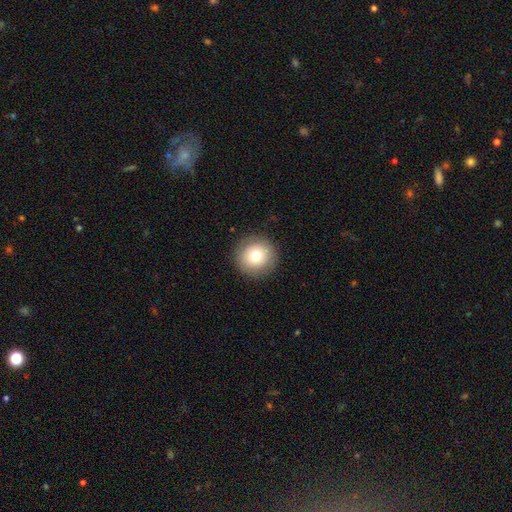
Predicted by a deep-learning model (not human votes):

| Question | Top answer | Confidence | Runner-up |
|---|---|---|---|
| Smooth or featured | smooth | 75% | featured or disk (15%) |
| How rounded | round | 95% | in between (4%) |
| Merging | none | 90% | minor disturbance (7%) |